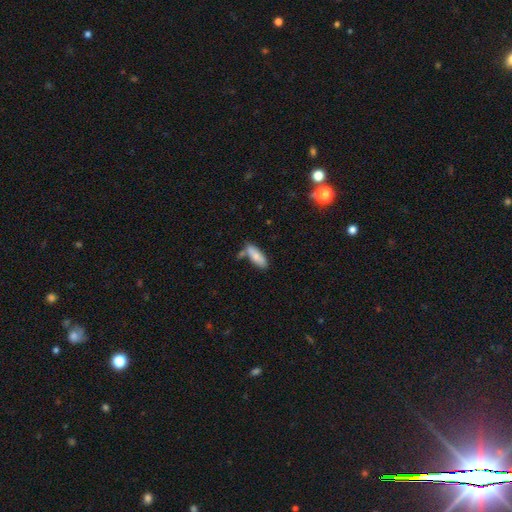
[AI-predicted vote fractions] smooth_or_featured: smooth (p=0.79) [alt: featured or disk p=0.15]
how_rounded: in between (p=0.63) [alt: cigar-shaped p=0.35]
merging: none (p=0.63) [alt: minor disturbance p=0.19]